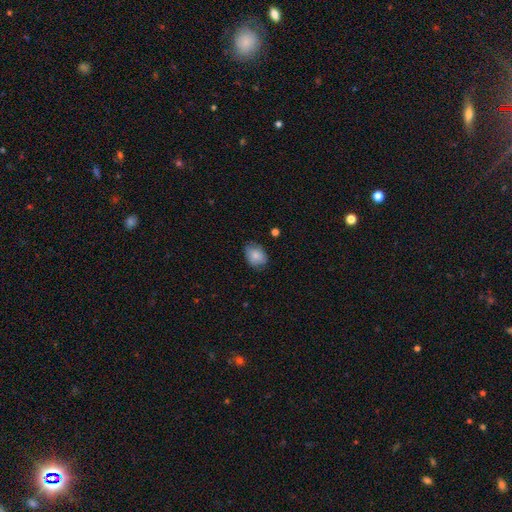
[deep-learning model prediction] Overall: smooth (83%). How rounded: in between (69%; round 30%). Merging: none (71%).